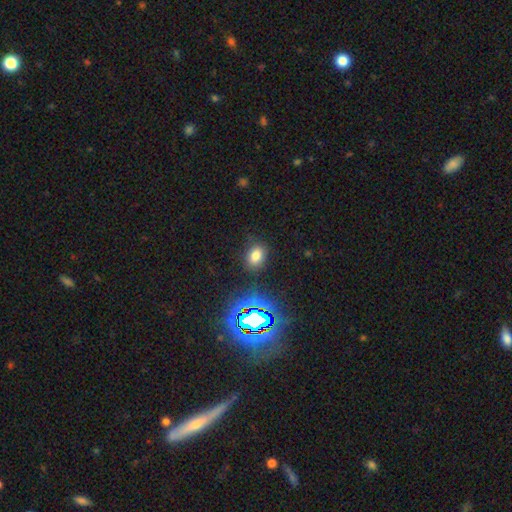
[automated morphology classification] Smooth or featured? smooth (71%)
How rounded? in between (72%)
Merging? none (83%)